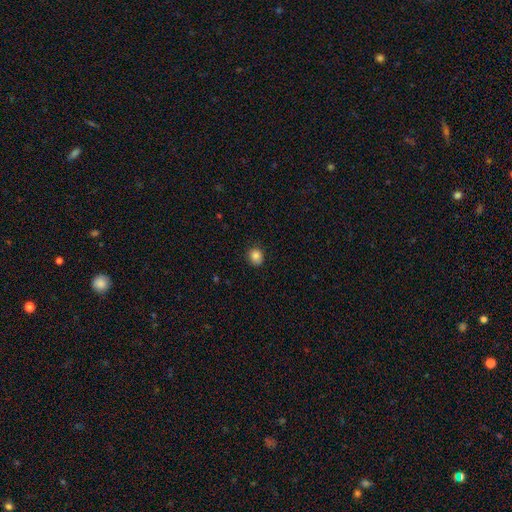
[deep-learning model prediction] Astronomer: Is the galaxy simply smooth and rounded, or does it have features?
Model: smooth — 85%.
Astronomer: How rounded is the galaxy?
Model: round — 79%.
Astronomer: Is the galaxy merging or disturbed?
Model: none — 86%.